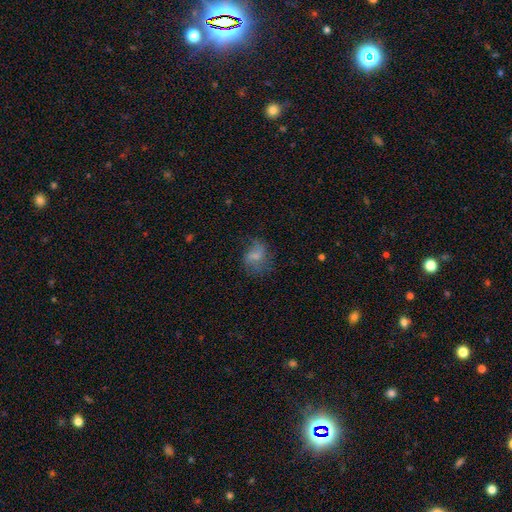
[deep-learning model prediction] smooth-or-featured: smooth: 49% | featured or disk: 40% | star or artifact: 11%
  merging: none: 51% | minor disturbance: 25% | major disturbance: 21% | merger: 2%